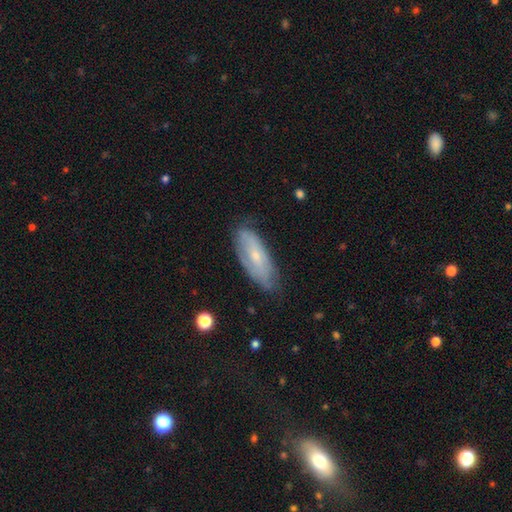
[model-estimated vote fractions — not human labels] Smooth or featured?
  - featured or disk: 47% *
  - smooth: 46%
  - star or artifact: 7%
Merging?
  - none: 69% *
  - minor disturbance: 24%
  - major disturbance: 5%
  - merger: 1%